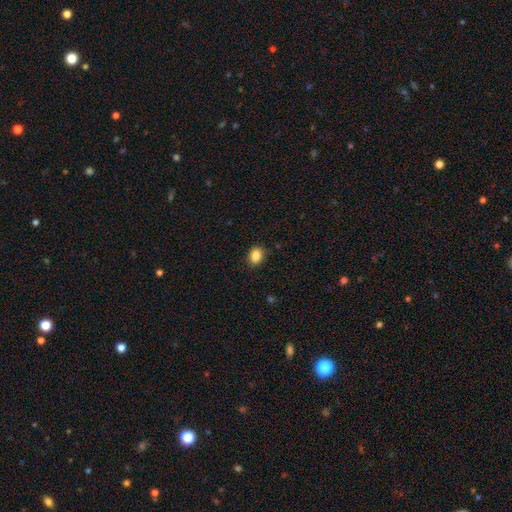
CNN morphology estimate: smooth 86%, star or artifact 9%, featured or disk 4%. Down the decision tree: how rounded — in between (67%); merging — none (85%).